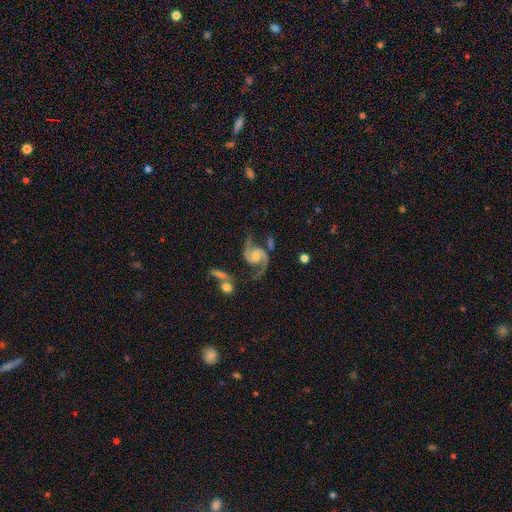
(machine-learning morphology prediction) Smooth or featured: featured or disk — 91% (star or artifact — 5%)
Edge-on disk: no — 98% (yes — 2%)
Bar: no — 61% (weak — 31%)
Spiral arms: yes — 98% (no — 2%)
Spiral winding: medium — 54% (loose — 34%)
Spiral arm count: 2 — 93% (can't tell — 2%)
Bulge size: moderate — 54% (small — 33%)
Merging: none — 62% (minor disturbance — 19%)